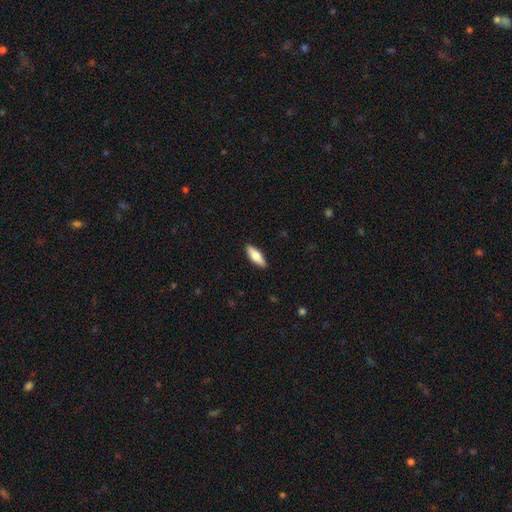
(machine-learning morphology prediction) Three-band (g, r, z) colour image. It shows a smooth galaxy with no disk features (69%) that is in between round and cigar-shaped (52%). Merging: none (90%).